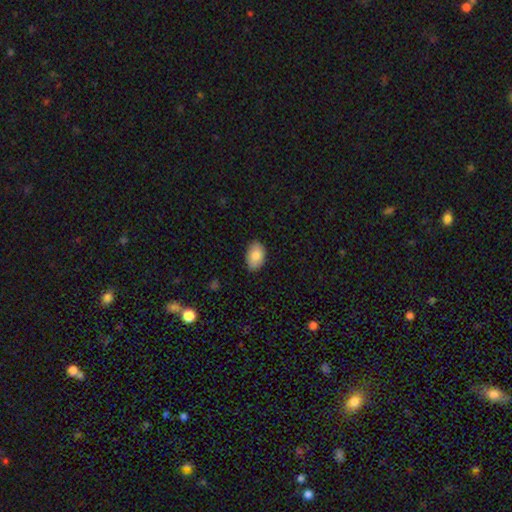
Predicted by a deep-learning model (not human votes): Smooth or featured: smooth — 85% (featured or disk — 8%)
How rounded: in between — 88% (round — 10%)
Merging: none — 84% (minor disturbance — 13%)